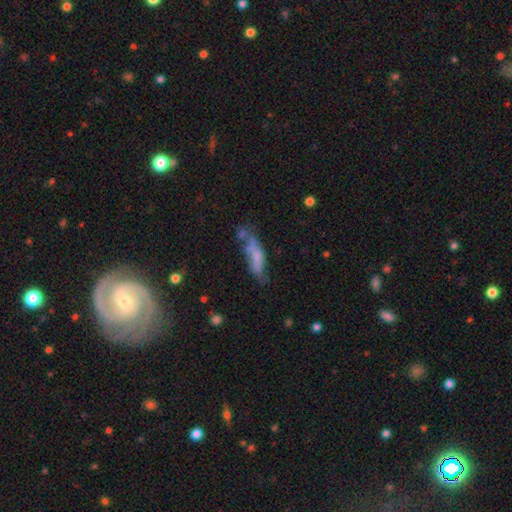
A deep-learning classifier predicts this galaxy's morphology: Smooth or featured? smooth (55%)
How rounded? cigar-shaped (61%)
Merging? none (41%)